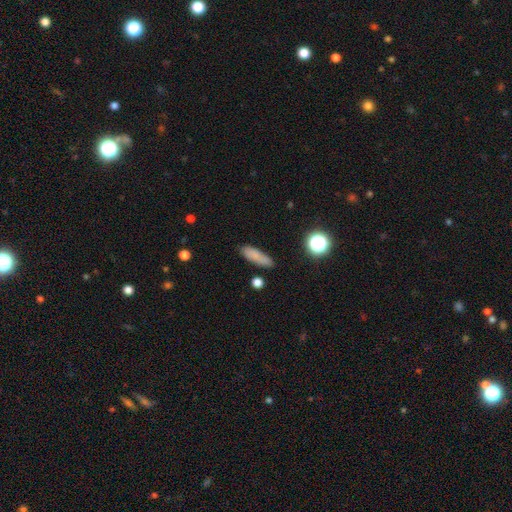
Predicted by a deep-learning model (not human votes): Overall: smooth (80%). How rounded: cigar-shaped (57%; in between 39%). Merging: none (78%).